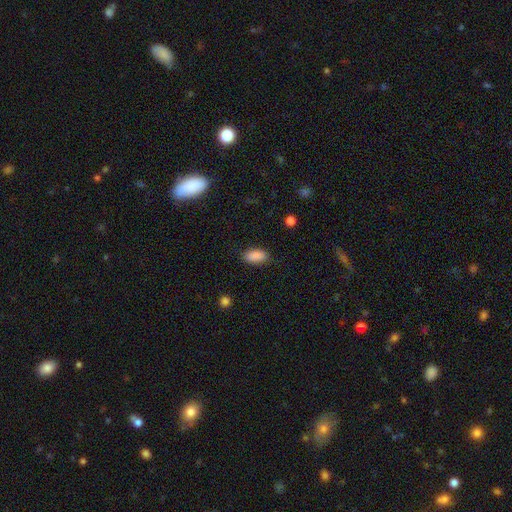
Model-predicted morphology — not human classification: A smooth galaxy with no disk features (89%) that is in between round and cigar-shaped (90%). Merging: none (85%).